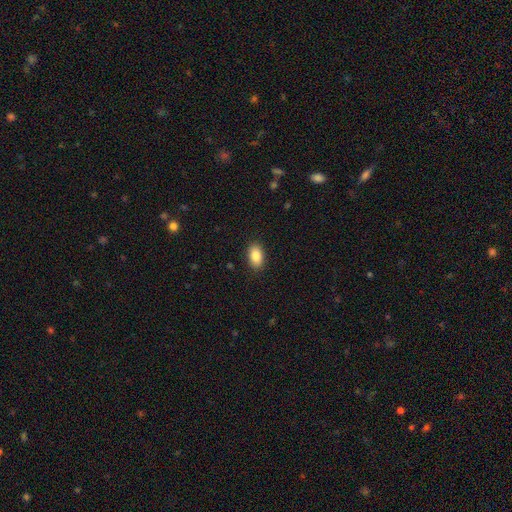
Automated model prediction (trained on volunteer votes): Smooth or featured? smooth (87%)
How rounded? in between (92%)
Merging? none (89%)